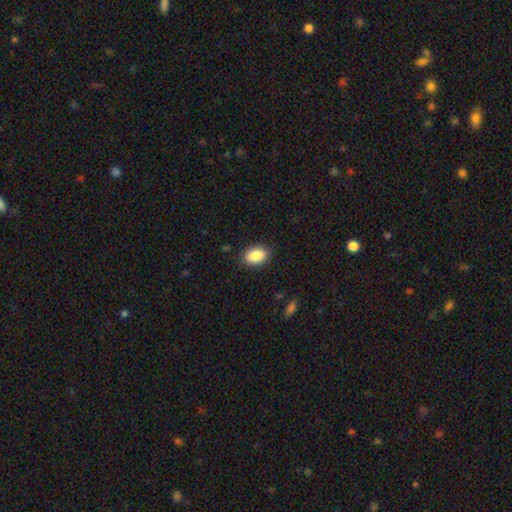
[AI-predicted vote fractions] A smooth galaxy with no disk features (88%) that is in between round and cigar-shaped (87%). Merging: none (87%).